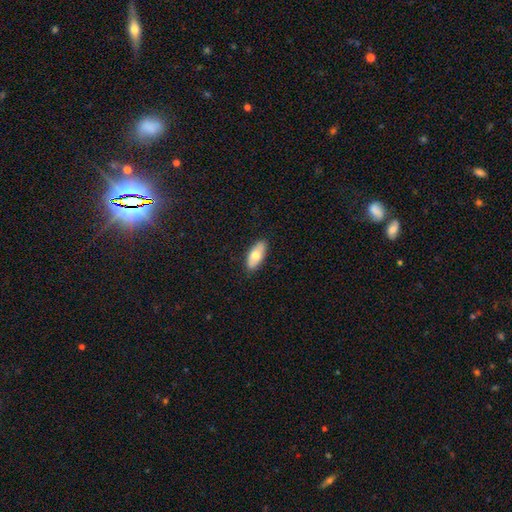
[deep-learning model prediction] The model was most divided on "smooth or featured": smooth: 70%, featured or disk: 24%, star or artifact: 6%. More confident: merging — none (87%); how rounded — in between (86%).